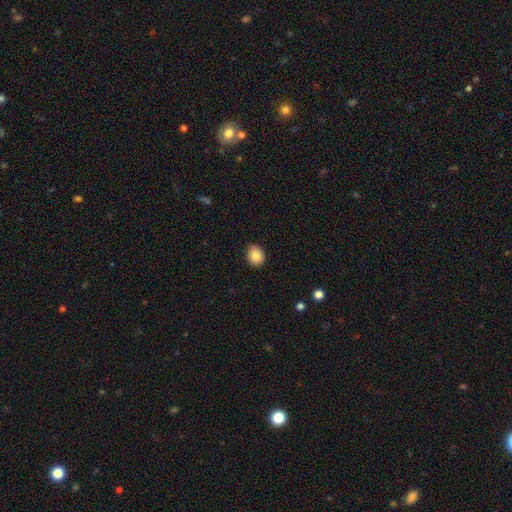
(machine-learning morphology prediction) This is clearly a smooth galaxy (87%). How rounded: possibly round (59%). Merging: clearly none (84%).